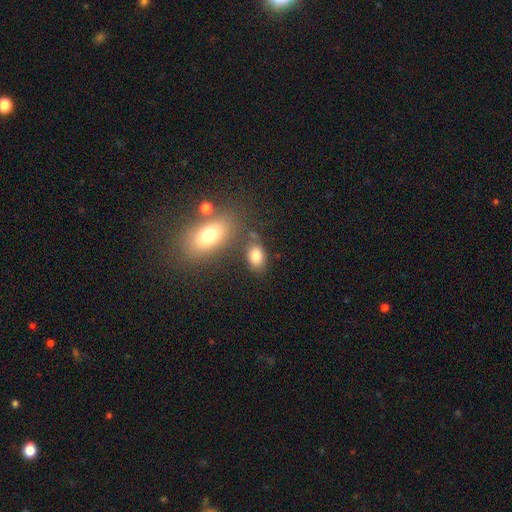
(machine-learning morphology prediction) This appears to be a smooth galaxy with no disk features (83%) that is in between round and cigar-shaped (86%). Merging: none (65%).